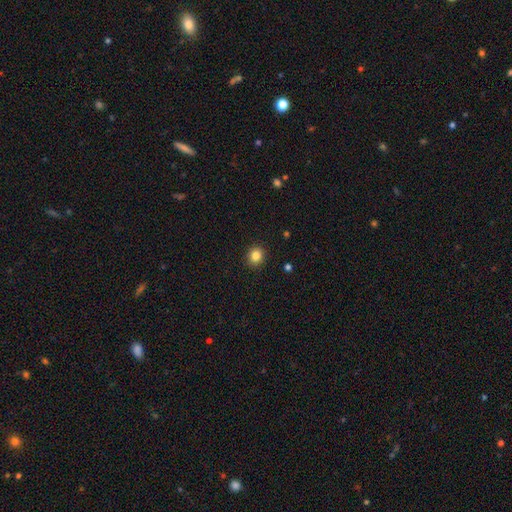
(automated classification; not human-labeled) Smooth or featured? Predicted: smooth (p=0.84). How rounded? Predicted: round (p=0.78). Merging? Predicted: none (p=0.92).